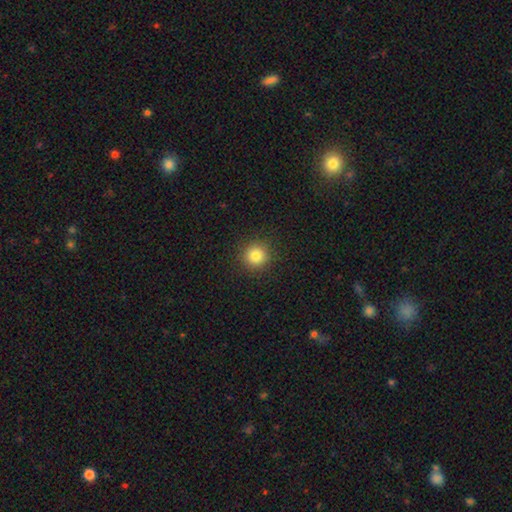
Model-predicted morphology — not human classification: smooth-or-featured: smooth: 83% | star or artifact: 12% | featured or disk: 5%
  how-rounded: round: 94% | in between: 6% | cigar-shaped: 1%
  merging: none: 91% | minor disturbance: 6% | major disturbance: 2% | merger: 1%